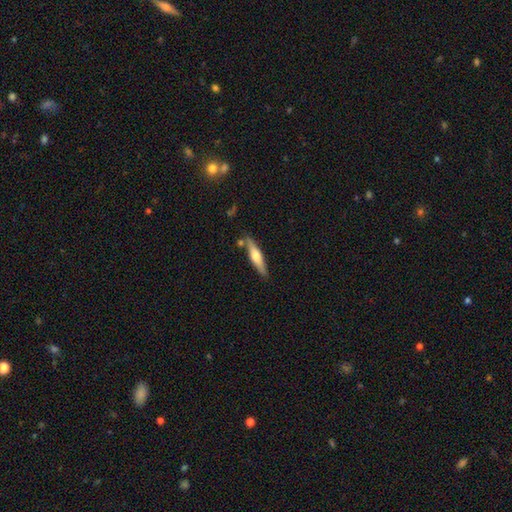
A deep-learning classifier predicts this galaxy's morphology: featured or disk 54%, smooth 40%, star or artifact 6%. Down the decision tree: edge-on disk — yes (95%); edge-on bulge — rounded (89%); merging — none (80%).